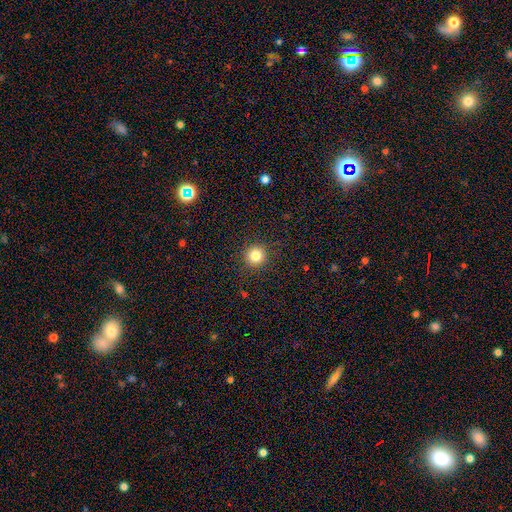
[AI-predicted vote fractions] Overall: smooth (82%). How rounded: round (94%). Merging: none (91%).